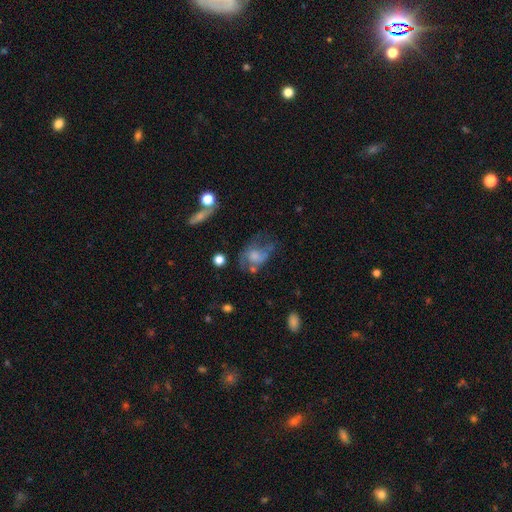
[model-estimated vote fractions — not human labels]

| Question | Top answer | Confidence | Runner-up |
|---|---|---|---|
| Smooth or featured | smooth | 46% | featured or disk (43%) |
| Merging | major disturbance | 38% | none (28%) |